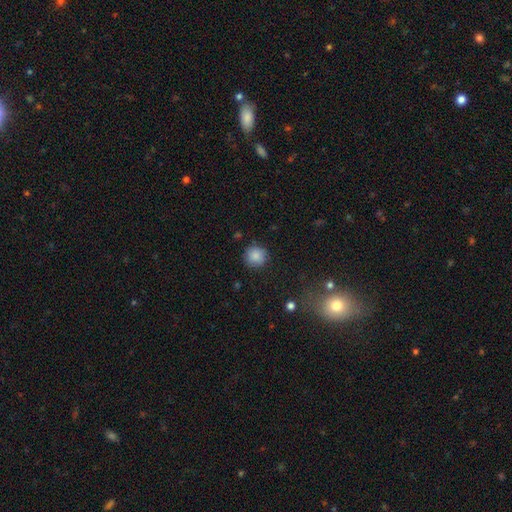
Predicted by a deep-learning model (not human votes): Smooth or featured: smooth — 87% (star or artifact — 9%)
How rounded: round — 93% (in between — 6%)
Merging: none — 87% (minor disturbance — 9%)